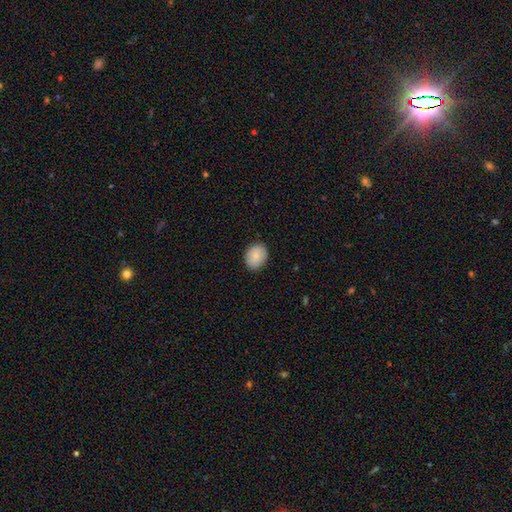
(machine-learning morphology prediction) Smooth or featured? smooth (86%)
How rounded? round (51%)
Merging? none (88%)